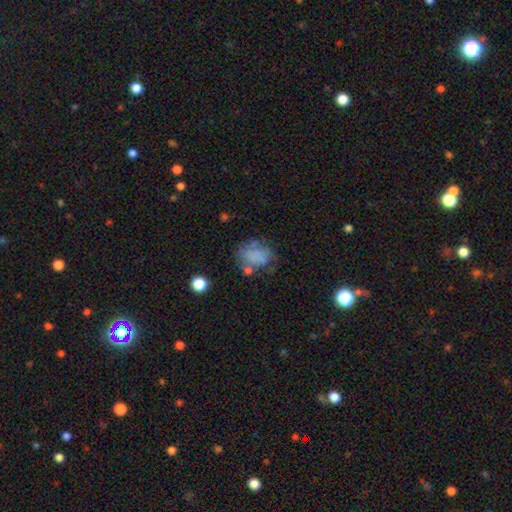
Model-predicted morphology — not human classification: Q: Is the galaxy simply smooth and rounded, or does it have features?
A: smooth — 66%.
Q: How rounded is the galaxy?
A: in between — 53%.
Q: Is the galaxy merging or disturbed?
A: none — 48%.